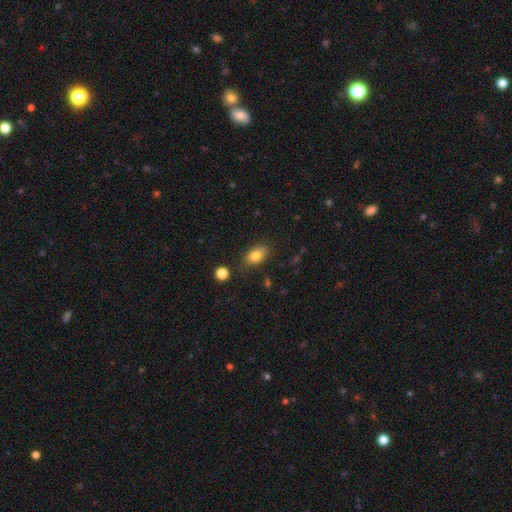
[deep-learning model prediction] Smooth or featured: smooth — 80% (featured or disk — 12%)
How rounded: in between — 86% (round — 10%)
Merging: none — 80% (minor disturbance — 14%)